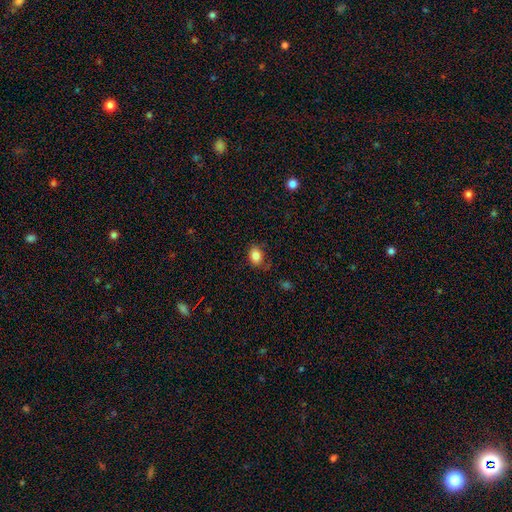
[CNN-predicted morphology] Smooth or featured? smooth (84%)
How rounded? in between (64%)
Merging? none (79%)